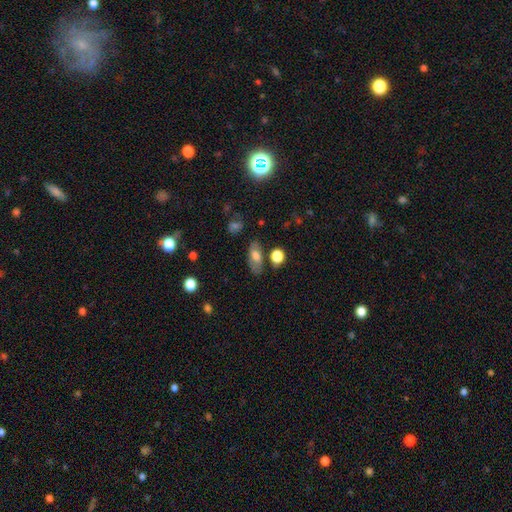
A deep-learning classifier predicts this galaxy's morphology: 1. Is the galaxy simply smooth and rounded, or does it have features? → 67% smooth, 24% featured or disk, 9% star or artifact.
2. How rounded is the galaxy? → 84% in between, 10% cigar-shaped, 6% round.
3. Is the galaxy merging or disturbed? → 74% none, 16% minor disturbance, 6% merger, 5% major disturbance.